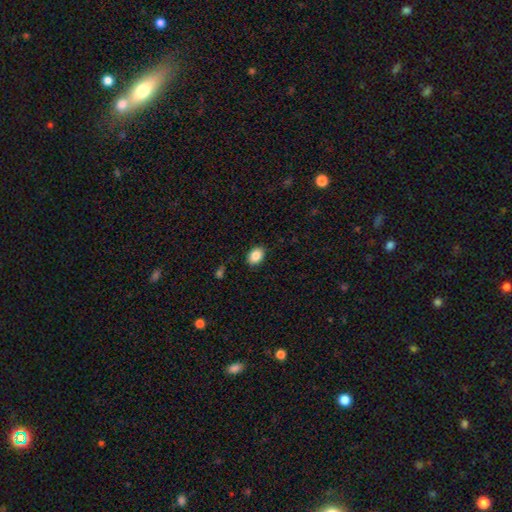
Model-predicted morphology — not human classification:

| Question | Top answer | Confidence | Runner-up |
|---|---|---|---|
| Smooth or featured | smooth | 87% | star or artifact (8%) |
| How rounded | in between | 77% | round (22%) |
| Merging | none | 87% | minor disturbance (9%) |